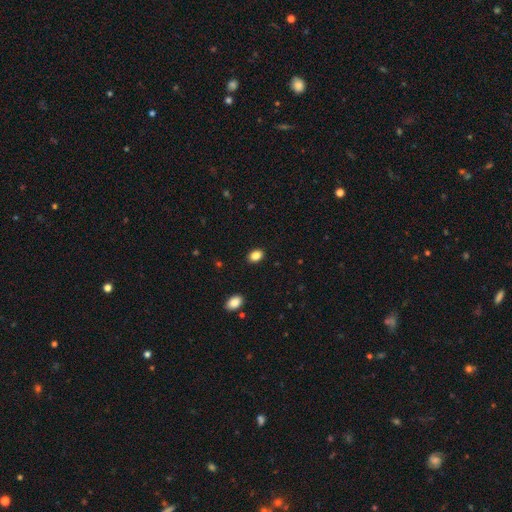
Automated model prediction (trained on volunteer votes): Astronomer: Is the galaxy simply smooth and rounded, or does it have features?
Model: smooth — 86%.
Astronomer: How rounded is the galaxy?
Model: in between — 69%.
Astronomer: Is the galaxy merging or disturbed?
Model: none — 89%.